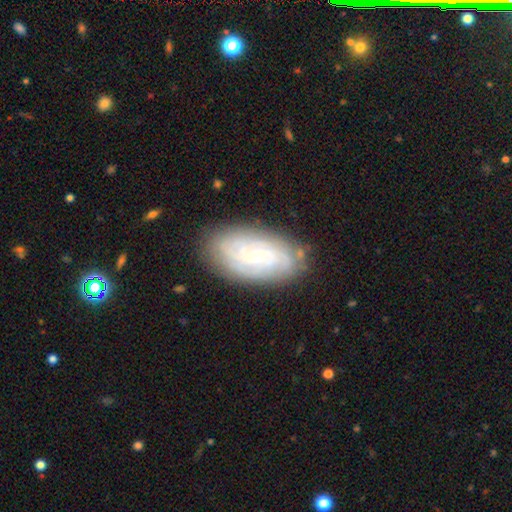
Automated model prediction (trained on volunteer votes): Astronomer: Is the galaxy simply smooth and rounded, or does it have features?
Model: featured or disk — 79%.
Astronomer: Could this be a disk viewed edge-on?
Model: no — 94%.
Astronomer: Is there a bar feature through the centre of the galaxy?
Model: no — 49% (runner-up: weak, 40%).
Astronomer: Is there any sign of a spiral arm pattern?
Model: yes — 93%.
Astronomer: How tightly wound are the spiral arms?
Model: tight — 70%.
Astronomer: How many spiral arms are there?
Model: can't tell — 39% (runner-up: 2, 24%).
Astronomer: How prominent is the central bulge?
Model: small — 63%.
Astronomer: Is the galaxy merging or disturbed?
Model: none — 81%.